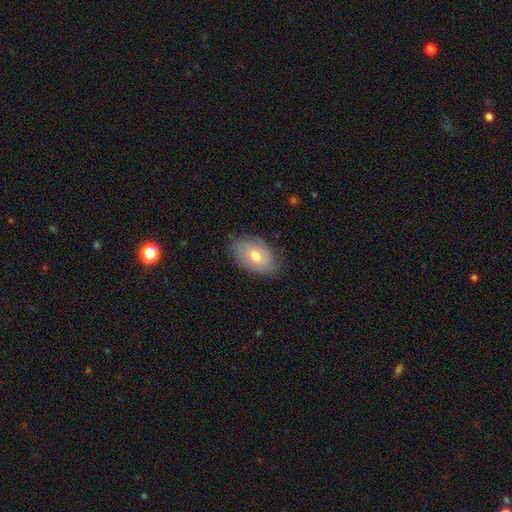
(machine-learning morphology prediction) smooth 69%, featured or disk 24%, star or artifact 7%. Down the decision tree: how rounded — in between (90%); merging — none (79%).